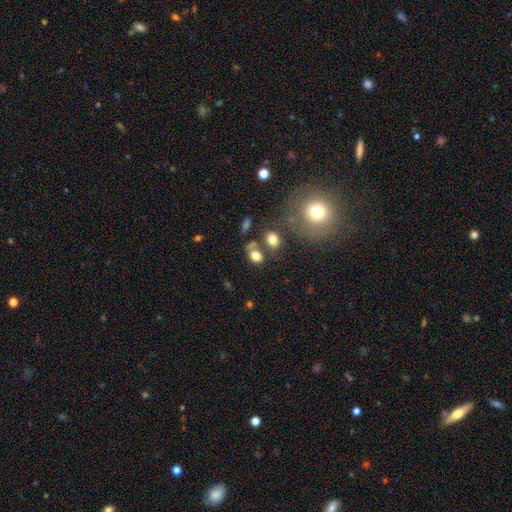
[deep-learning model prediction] Smooth or featured? smooth (77%)
How rounded? in between (71%)
Merging? none (49%)